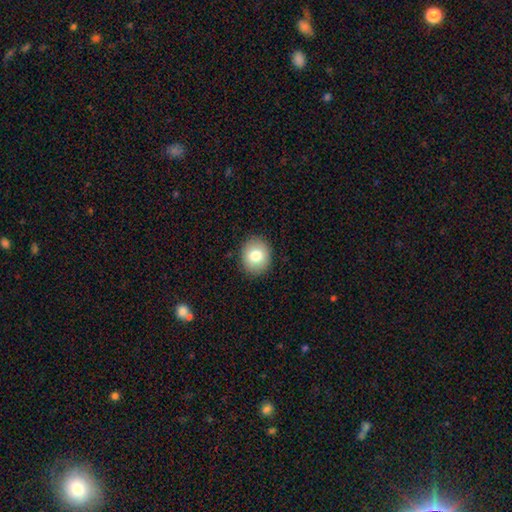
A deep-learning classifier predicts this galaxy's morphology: smooth 79%, featured or disk 12%, star or artifact 9%. Down the decision tree: how rounded — round (68%); merging — none (90%).